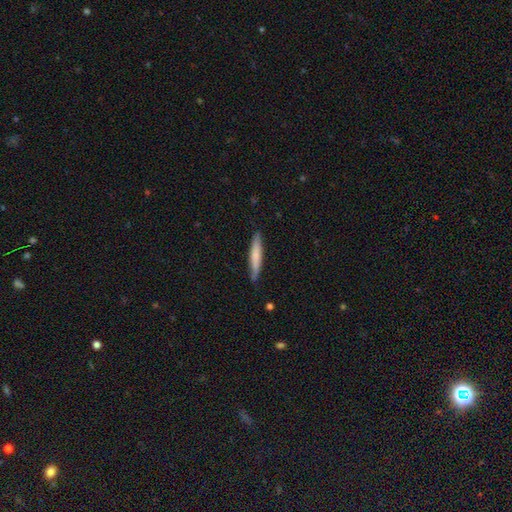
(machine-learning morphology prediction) A smooth galaxy with no disk features (67%) that is cigar-shaped (93%).

Vote fractions:
- Smooth or featured? smooth: 67% / featured or disk: 28% / star or artifact: 6%
- How rounded? cigar-shaped: 93% / in between: 6% / round: 1%
- Merging? none: 85% / minor disturbance: 11% / major disturbance: 2% / merger: 1%